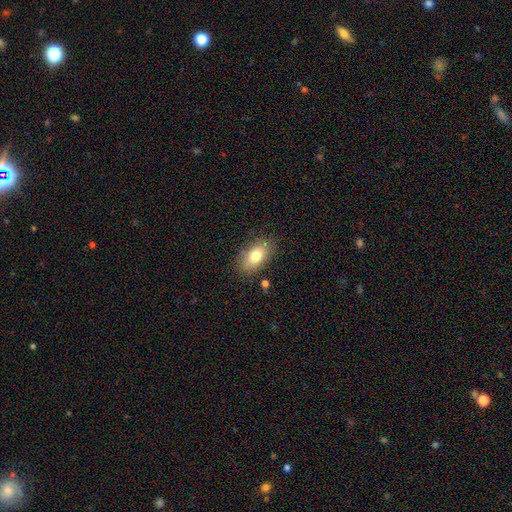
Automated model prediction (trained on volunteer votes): Morphology: type=smooth (77%); roundness=in between (89%); merging=none (82%).